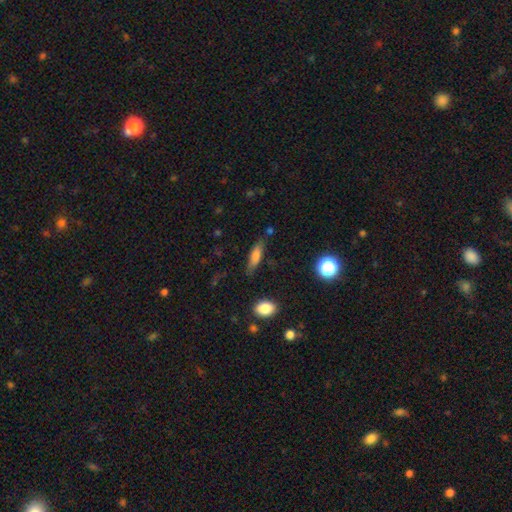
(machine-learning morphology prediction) smooth 70%, featured or disk 21%, star or artifact 9%. Down the decision tree: how rounded — cigar-shaped (59%); merging — none (76%).